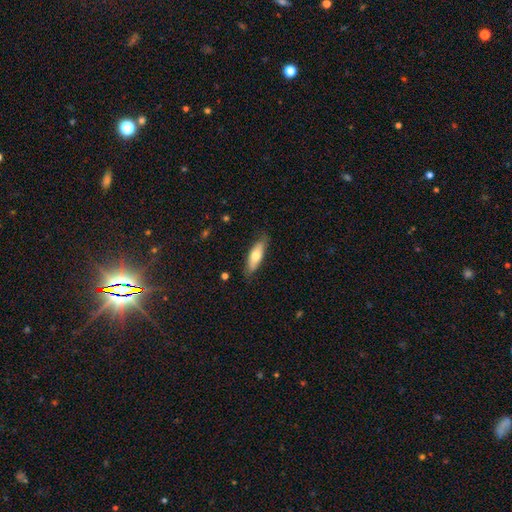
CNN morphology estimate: Smooth or featured? Predicted: smooth (p=0.67). How rounded? Predicted: in between (p=0.55). Merging? Predicted: none (p=0.81).